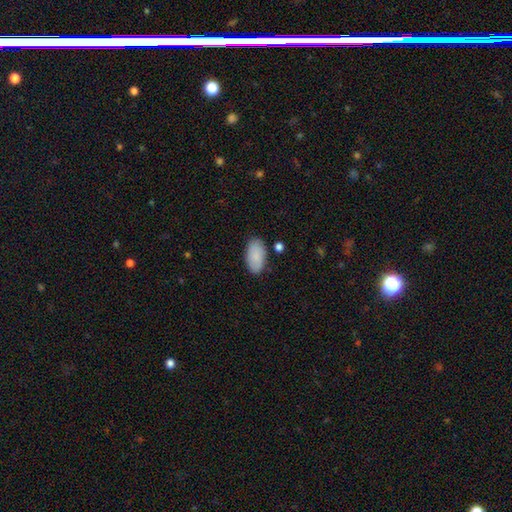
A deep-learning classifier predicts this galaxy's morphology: type=smooth (85%); roundness=in between (95%); merging=none (81%).